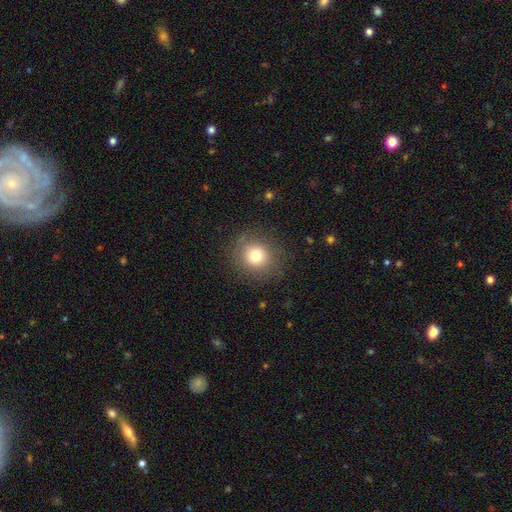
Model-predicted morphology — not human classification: smooth-or-featured: smooth: 76% | star or artifact: 13% | featured or disk: 10%
  how-rounded: round: 87% | in between: 12% | cigar-shaped: 1%
  merging: none: 84% | minor disturbance: 10% | major disturbance: 5% | merger: 1%